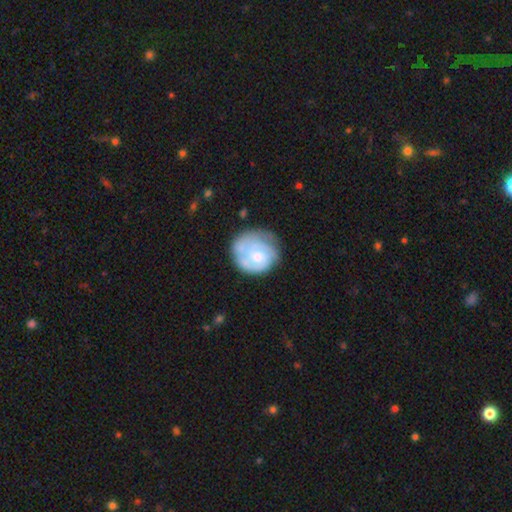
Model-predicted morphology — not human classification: Smooth or featured? Predicted: featured or disk (p=0.57). Edge-on disk? Predicted: no (p=0.98). Bar? Predicted: no (p=0.78). Spiral arms? Predicted: yes (p=0.69). Bulge size? Predicted: moderate (p=0.51). Merging? Predicted: none (p=0.57).